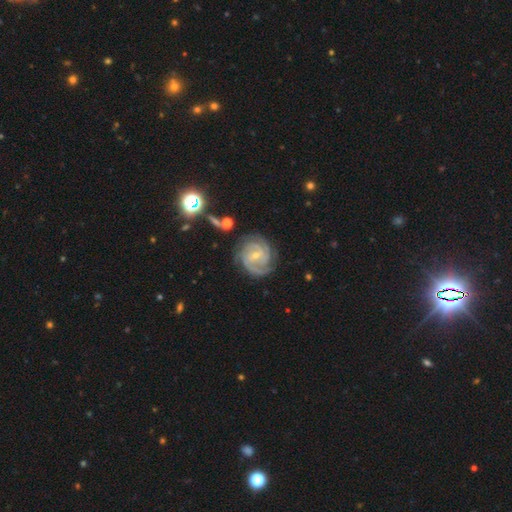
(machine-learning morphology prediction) A featured or disk galaxy (90%) with a weak bar (47%), 3 (37%) tight (67%) spiral arms (98%) and a small central bulge (72%).

Vote fractions:
- Smooth or featured? featured or disk: 90% / star or artifact: 5% / smooth: 5%
- Edge-on disk? no: 98% / yes: 2%
- Bar? weak: 47% / no: 37% / strong: 16%
- Spiral arms? yes: 98% / no: 2%
- Spiral winding? tight: 67% / medium: 29% / loose: 4%
- Spiral arm count? 3: 37% / 4: 20% / 2: 18% / can't tell: 13% / more than 4: 6% / 1: 6%
- Bulge size? small: 72% / moderate: 24% / none: 2% / large: 1% / dominant: 1%
- Merging? none: 76% / minor disturbance: 16% / major disturbance: 5% / merger: 2%